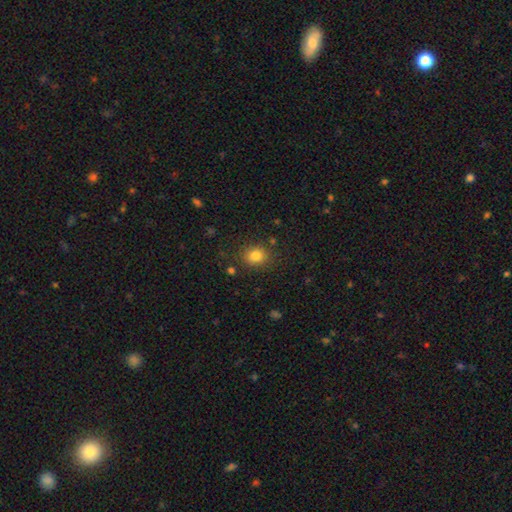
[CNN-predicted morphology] The model was most divided on "how rounded": round: 63%, in between: 36%, cigar-shaped: 1%. More confident: merging — none (83%); smooth or featured — smooth (82%).